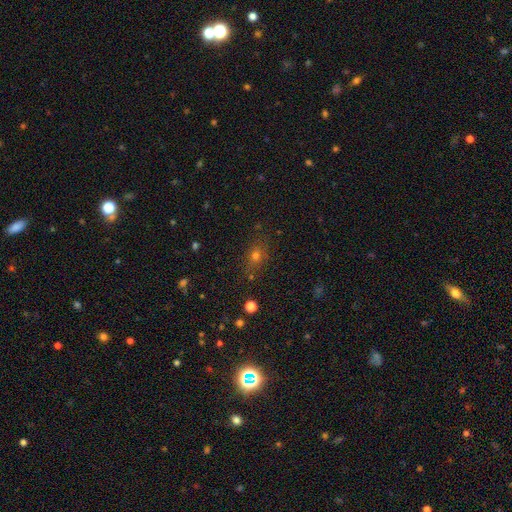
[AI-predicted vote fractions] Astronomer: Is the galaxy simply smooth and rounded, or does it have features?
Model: smooth — 61%.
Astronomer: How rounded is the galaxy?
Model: round — 48%, tied with in between at 48%.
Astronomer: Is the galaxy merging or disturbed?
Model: none — 79%.